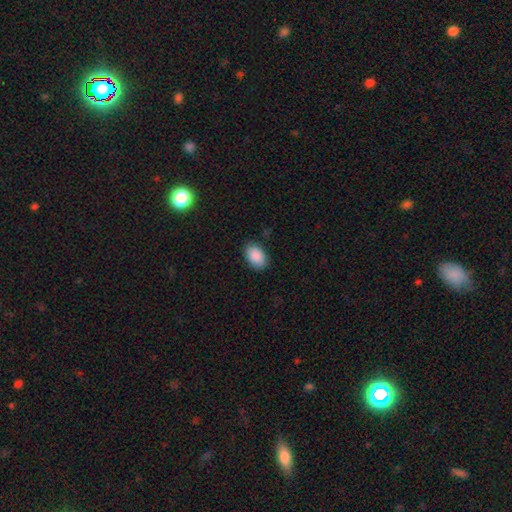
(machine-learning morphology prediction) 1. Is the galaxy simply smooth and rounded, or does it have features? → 90% smooth, 7% star or artifact, 4% featured or disk.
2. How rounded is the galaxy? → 87% in between, 12% round, 1% cigar-shaped.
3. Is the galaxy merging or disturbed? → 85% none, 12% minor disturbance, 3% major disturbance, 1% merger.